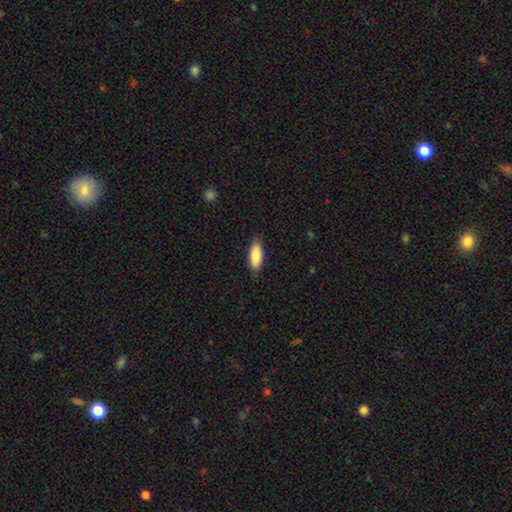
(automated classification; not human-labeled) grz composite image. It shows a smooth galaxy with no disk features (85%) that is in between round and cigar-shaped (80%). Merging: none (84%).